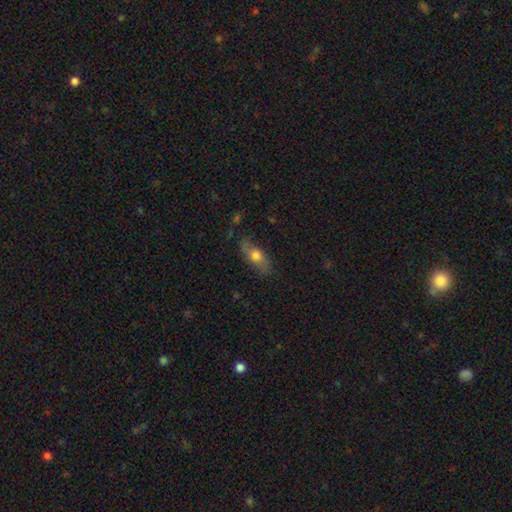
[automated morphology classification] A smooth galaxy with no disk features (64%) that is in between round and cigar-shaped (74%). Merging: none (69%).